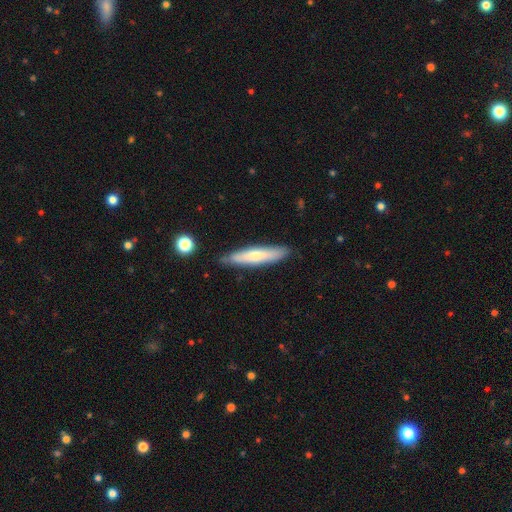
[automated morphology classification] Smooth or featured? Predicted: smooth (p=0.61). How rounded? Predicted: cigar-shaped (p=0.85). Merging? Predicted: none (p=0.84).